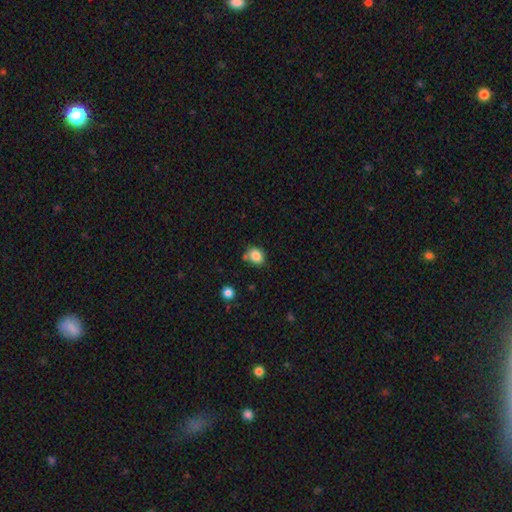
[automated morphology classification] This is clearly a smooth galaxy (84%). How rounded: possibly round (56%). Merging: likely none (67%).